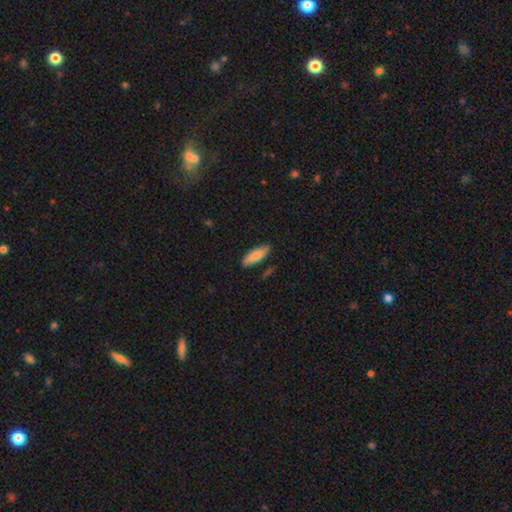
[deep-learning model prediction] Smooth or featured: smooth — 82% (featured or disk — 12%)
How rounded: in between — 56% (cigar-shaped — 42%)
Merging: none — 84% (minor disturbance — 12%)